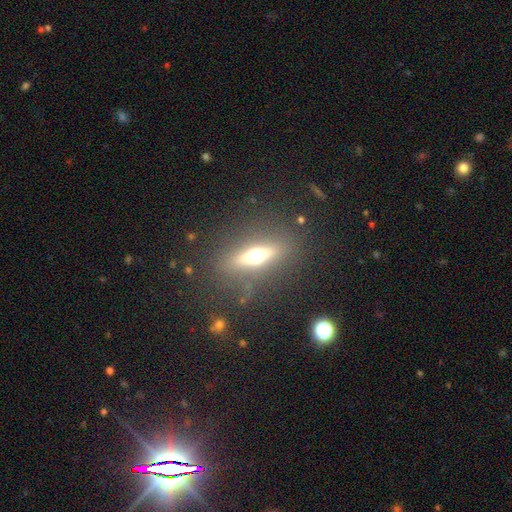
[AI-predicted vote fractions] Smooth or featured?
  - featured or disk: 54% *
  - smooth: 33%
  - star or artifact: 13%
Edge-on disk?
  - yes: 81% *
  - no: 19%
Merging?
  - none: 82% *
  - minor disturbance: 9%
  - major disturbance: 7%
  - merger: 2%